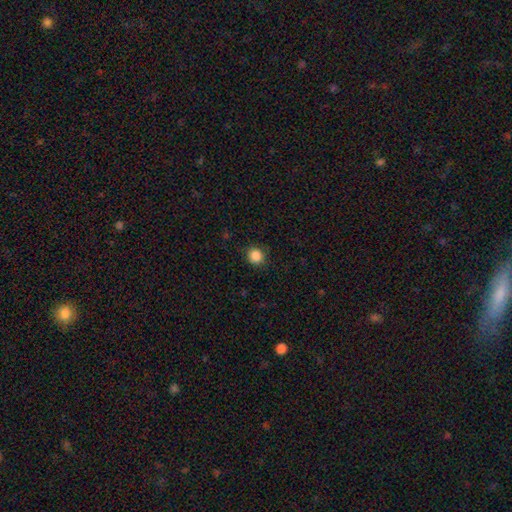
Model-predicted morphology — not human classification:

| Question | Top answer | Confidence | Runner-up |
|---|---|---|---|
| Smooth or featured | smooth | 87% | star or artifact (10%) |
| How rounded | round | 90% | in between (9%) |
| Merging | none | 89% | minor disturbance (8%) |